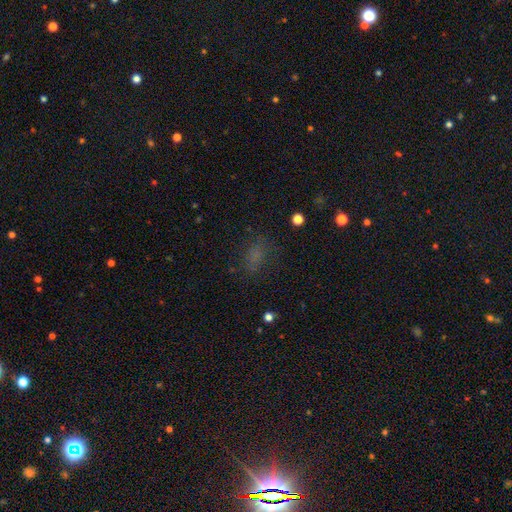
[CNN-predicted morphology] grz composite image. It shows a smooth galaxy with no disk features (67%) that is in between round and cigar-shaped (74%). Merging: none (71%).